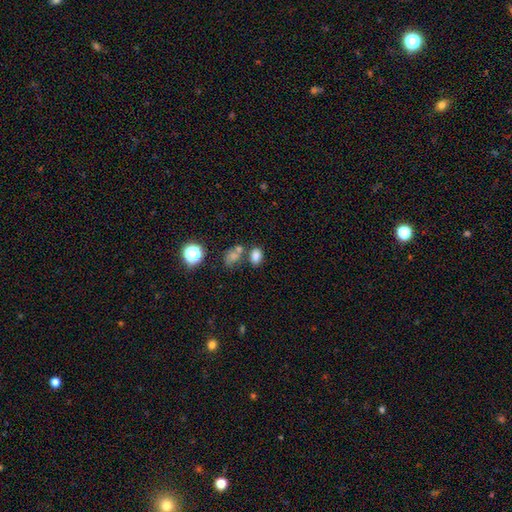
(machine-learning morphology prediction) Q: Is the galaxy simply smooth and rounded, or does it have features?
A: smooth — 78%.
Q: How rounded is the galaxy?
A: in between — 76%.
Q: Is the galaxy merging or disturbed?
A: none — 58%.